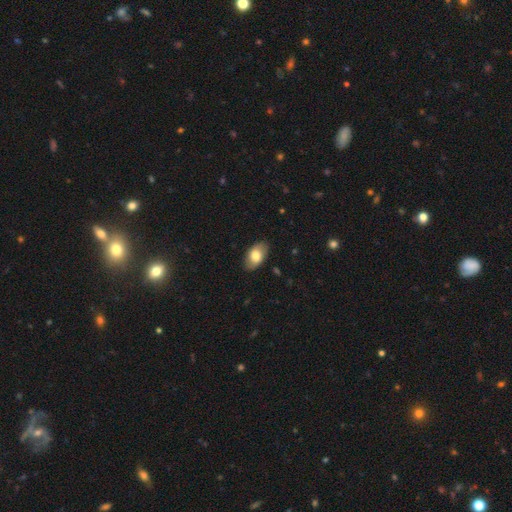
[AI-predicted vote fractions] Morphology: type=smooth (76%); roundness=in between (93%); merging=none (85%).